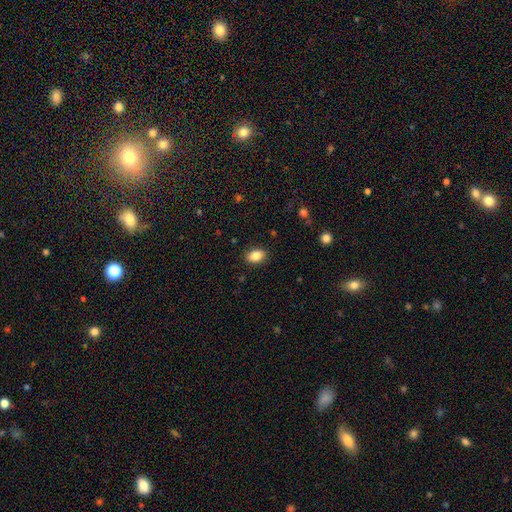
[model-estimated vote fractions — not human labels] Morphology: type=smooth (86%); roundness=in between (84%); merging=none (88%).